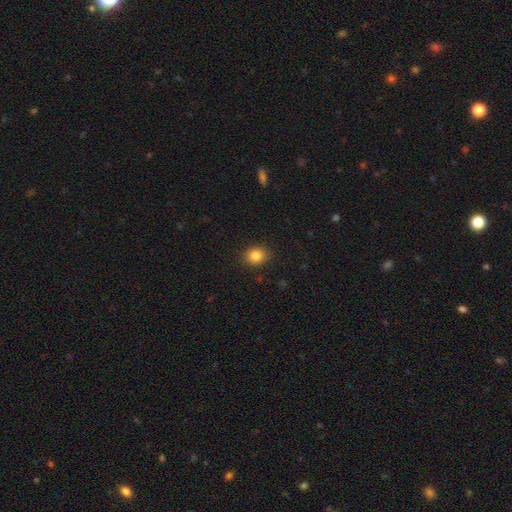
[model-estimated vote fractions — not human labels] The model was most divided on "how rounded": round: 55%, in between: 44%, cigar-shaped: 1%. More confident: merging — none (89%); smooth or featured — smooth (85%).